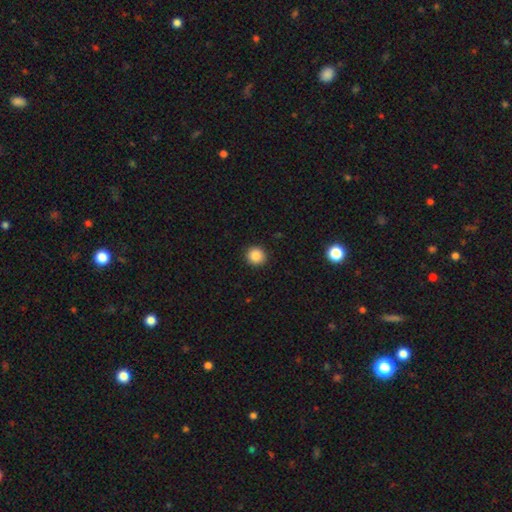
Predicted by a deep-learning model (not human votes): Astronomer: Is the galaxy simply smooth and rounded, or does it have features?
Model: smooth — 87%.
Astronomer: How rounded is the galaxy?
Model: round — 91%.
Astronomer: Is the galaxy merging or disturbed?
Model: none — 92%.